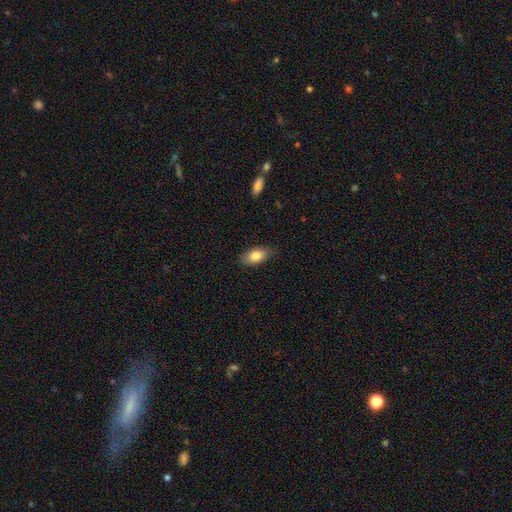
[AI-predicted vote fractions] Smooth or featured? Predicted: smooth (p=0.81). How rounded? Predicted: in between (p=0.90). Merging? Predicted: none (p=0.83).